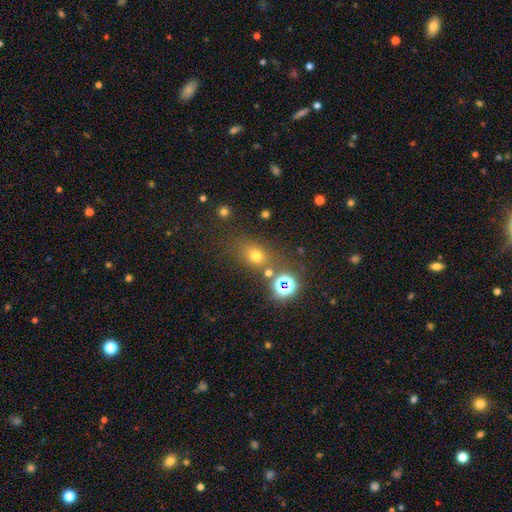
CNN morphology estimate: Overall: smooth (63%; star or artifact 27%). How rounded: round (54%; in between 44%). Merging: none (71%).